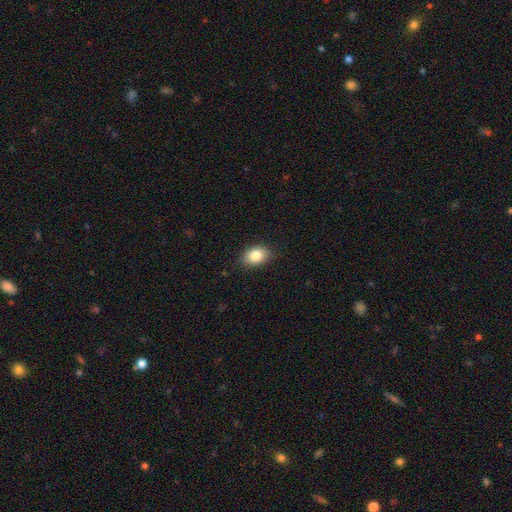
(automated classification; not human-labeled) smooth-or-featured: smooth: 84% | star or artifact: 8% | featured or disk: 8%
  how-rounded: in between: 78% | round: 21% | cigar-shaped: 1%
  merging: none: 85% | minor disturbance: 11% | major disturbance: 2% | merger: 1%